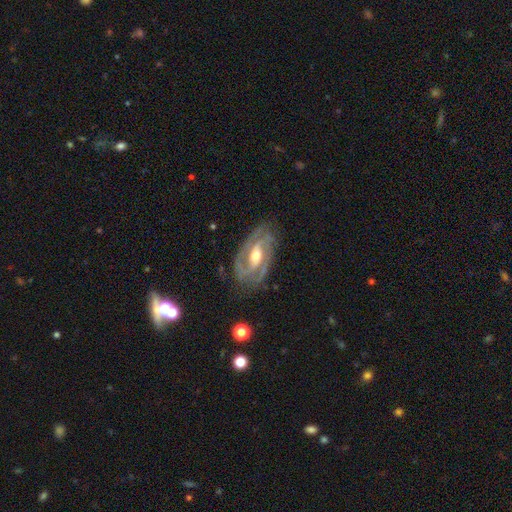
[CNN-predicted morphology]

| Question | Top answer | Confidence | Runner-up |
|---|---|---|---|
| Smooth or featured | featured or disk | 91% | smooth (5%) |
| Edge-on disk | no | 96% | yes (4%) |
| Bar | weak | 40% | no (30%) |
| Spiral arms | yes | 97% | no (3%) |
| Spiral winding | tight | 53% | medium (39%) |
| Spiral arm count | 2 | 68% | 3 (15%) |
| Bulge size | moderate | 69% | small (25%) |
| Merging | none | 78% | minor disturbance (16%) |